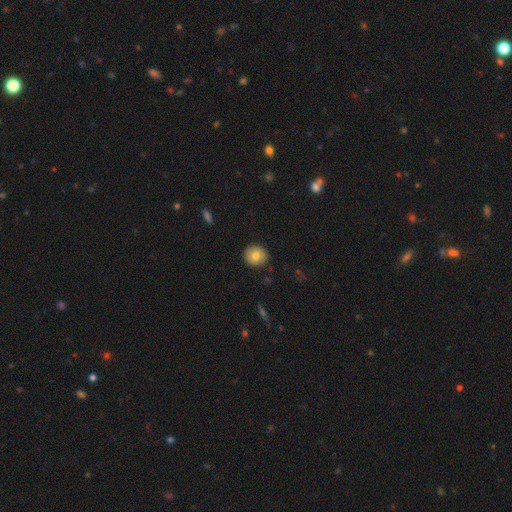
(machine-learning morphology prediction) Smooth or featured? smooth (77%)
How rounded? round (85%)
Merging? none (89%)